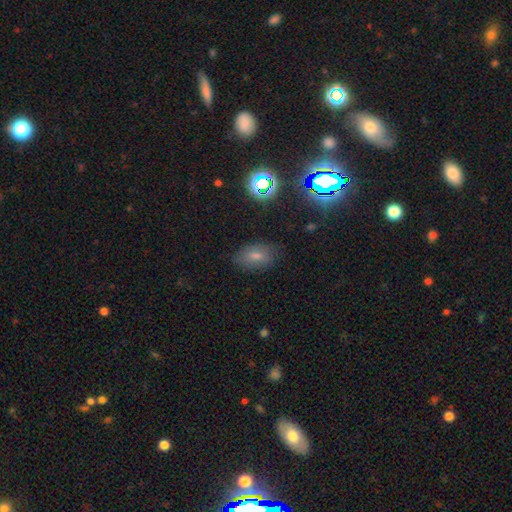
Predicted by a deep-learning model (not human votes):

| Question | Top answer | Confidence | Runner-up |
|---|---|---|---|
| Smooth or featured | smooth | 58% | star or artifact (28%) |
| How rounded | in between | 83% | round (15%) |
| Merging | none | 81% | minor disturbance (13%) |